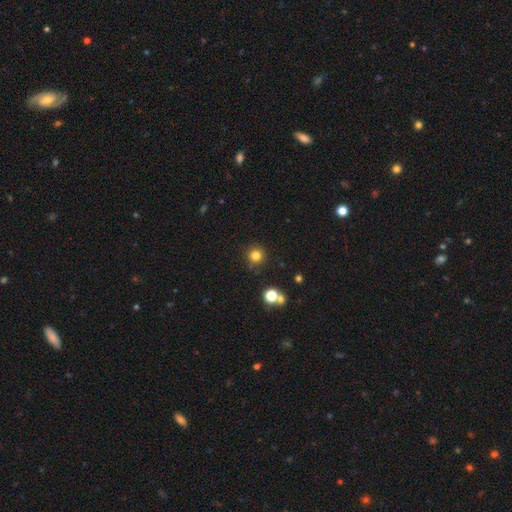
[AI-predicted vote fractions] A smooth galaxy with no disk features (81%) that is round (95%).

Vote fractions:
- Smooth or featured? smooth: 81% / star or artifact: 14% / featured or disk: 5%
- How rounded? round: 95% / in between: 4% / cigar-shaped: 1%
- Merging? none: 87% / minor disturbance: 7% / merger: 4% / major disturbance: 3%